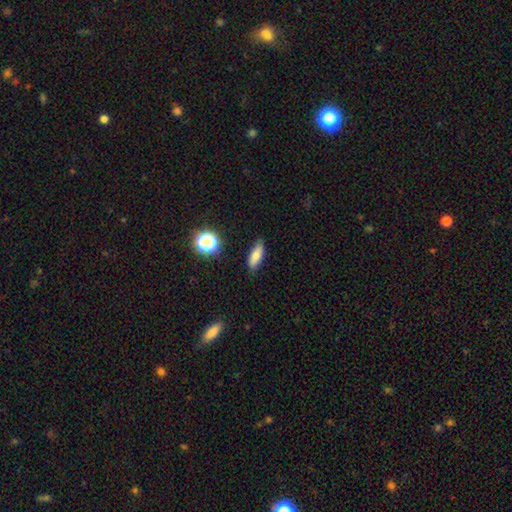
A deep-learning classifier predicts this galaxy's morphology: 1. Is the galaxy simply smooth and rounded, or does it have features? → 73% smooth, 17% featured or disk, 10% star or artifact.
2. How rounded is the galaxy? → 59% in between, 35% cigar-shaped, 5% round.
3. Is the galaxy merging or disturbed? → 83% none, 13% minor disturbance, 3% major disturbance, 2% merger.